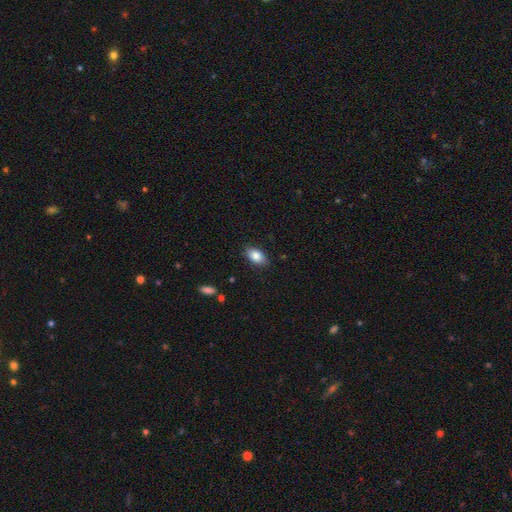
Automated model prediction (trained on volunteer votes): Smooth or featured?
  - smooth: 85% *
  - featured or disk: 8%
  - star or artifact: 7%
How rounded?
  - in between: 90% *
  - round: 7%
  - cigar-shaped: 2%
Merging?
  - none: 85% *
  - minor disturbance: 11%
  - major disturbance: 2%
  - merger: 1%